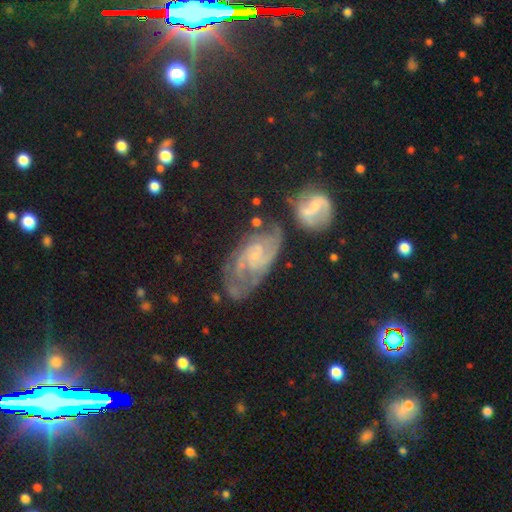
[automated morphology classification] This appears to be a featured or disk galaxy (75%) with no bar (57%), 2 (51%) tight (44%) spiral arms (91%) and a small central bulge (67%). Merging: none (48%).